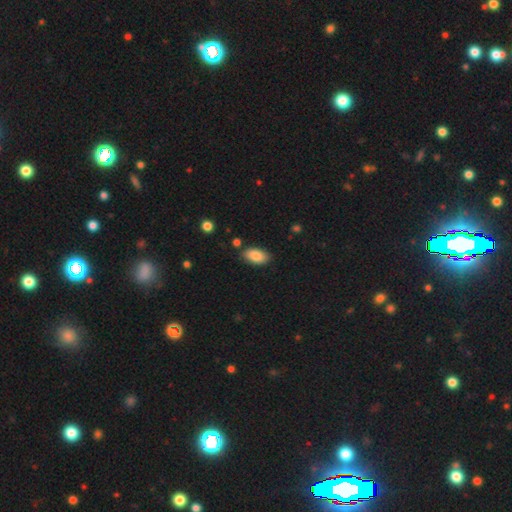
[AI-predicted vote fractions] The model was most divided on "merging": none: 83%, minor disturbance: 12%, merger: 3%, major disturbance: 2%. More confident: how rounded — in between (94%); smooth or featured — smooth (84%).